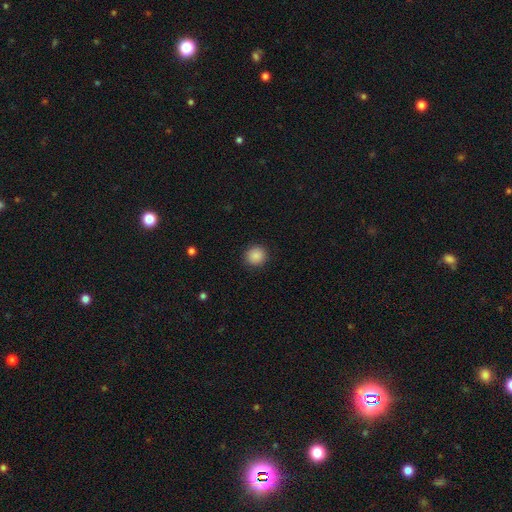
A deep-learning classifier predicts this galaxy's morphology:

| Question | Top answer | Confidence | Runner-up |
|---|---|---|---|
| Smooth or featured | smooth | 88% | star or artifact (9%) |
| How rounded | round | 91% | in between (8%) |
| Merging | none | 91% | minor disturbance (6%) |